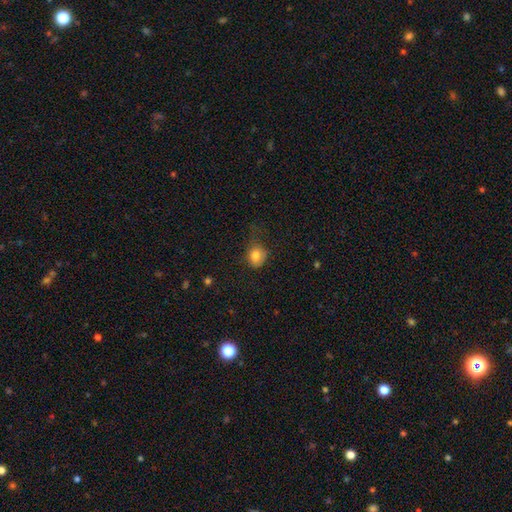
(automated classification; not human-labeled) Overall: smooth (82%). How rounded: round (62%; in between 37%). Merging: none (54%; minor disturbance 30%).